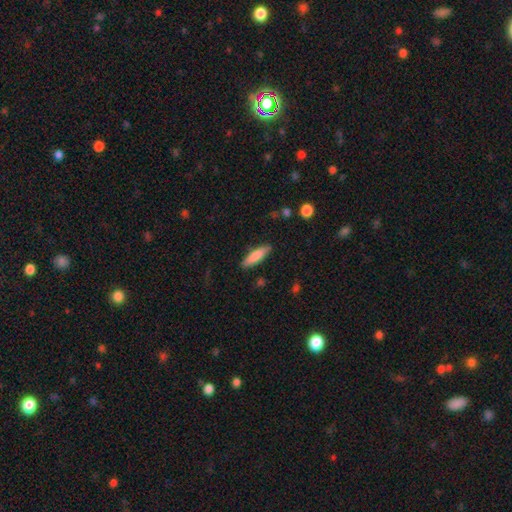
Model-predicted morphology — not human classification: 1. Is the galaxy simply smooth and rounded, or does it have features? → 80% smooth, 14% featured or disk, 6% star or artifact.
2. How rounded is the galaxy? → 67% cigar-shaped, 32% in between, 2% round.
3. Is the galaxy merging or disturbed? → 86% none, 10% minor disturbance, 2% major disturbance, 1% merger.